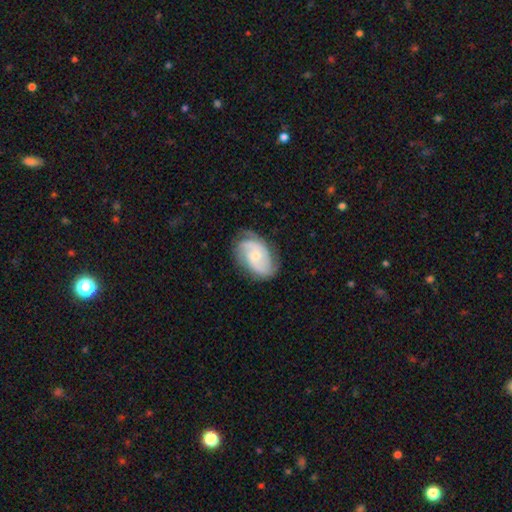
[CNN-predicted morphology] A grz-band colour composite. It shows a featured or disk galaxy (78%) with no bar (63%), 2 (55%) medium (44%) spiral arms (95%) and a small central bulge (57%). Merging: none (70%).